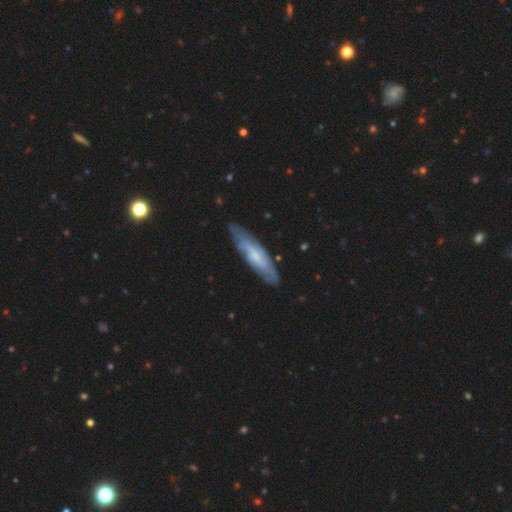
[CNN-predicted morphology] The model was most divided on "edge-on disk": no: 57%, yes: 43%. More confident: merging — none (77%); smooth or featured — featured or disk (58%).